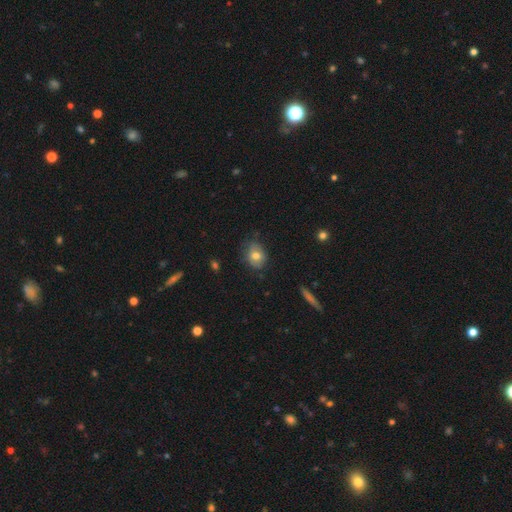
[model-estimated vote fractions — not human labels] Smooth or featured? Predicted: smooth (p=0.72). How rounded? Predicted: in between (p=0.55). Merging? Predicted: none (p=0.67).